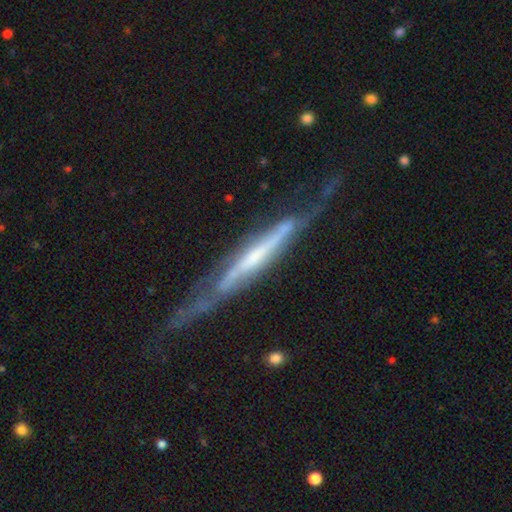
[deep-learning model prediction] Overall: featured or disk (83%). Edge-on disk: yes (76%). Edge-on bulge: none (55%; rounded 29%). Merging: none (57%; minor disturbance 26%).